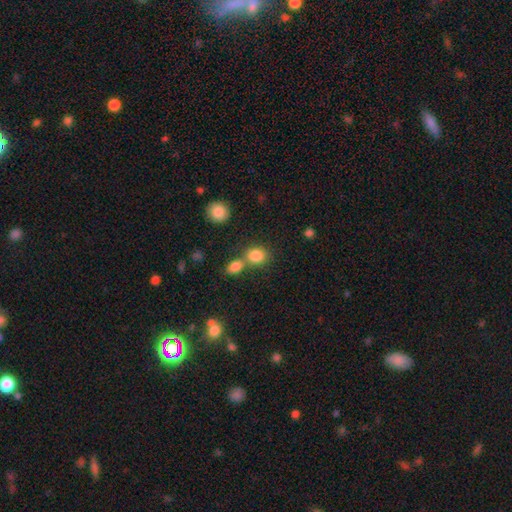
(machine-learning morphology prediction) smooth_or_featured: smooth (p=0.83) [alt: star or artifact p=0.11]
how_rounded: round (p=0.64) [alt: in between p=0.35]
merging: none (p=0.49) [alt: merger p=0.39]